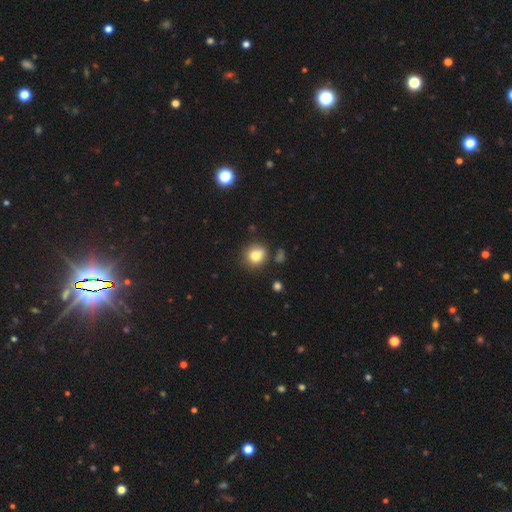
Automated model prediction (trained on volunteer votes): smooth 80%, star or artifact 12%, featured or disk 8%. Down the decision tree: how rounded — round (81%); merging — none (77%).